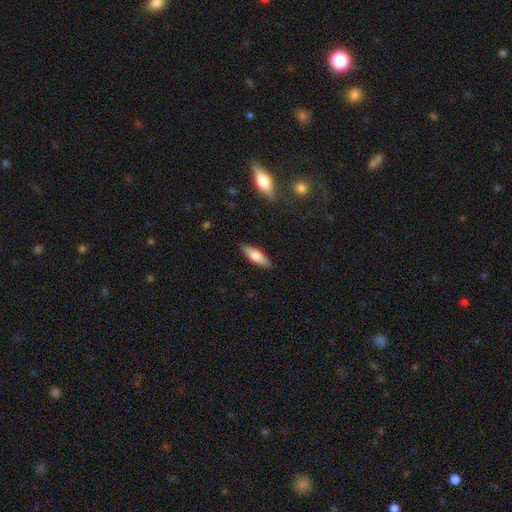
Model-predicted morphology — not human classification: Smooth or featured?
  - smooth: 69% *
  - featured or disk: 25%
  - star or artifact: 6%
How rounded?
  - in between: 52% *
  - cigar-shaped: 46%
  - round: 2%
Merging?
  - none: 88% *
  - minor disturbance: 9%
  - major disturbance: 2%
  - merger: 1%